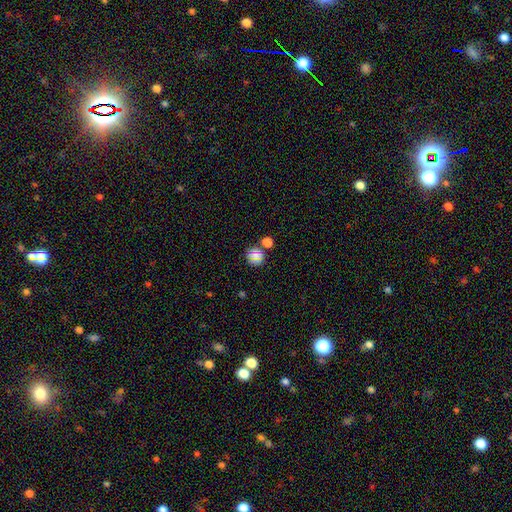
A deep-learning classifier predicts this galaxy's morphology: Smooth or featured? smooth (71%)
How rounded? round (83%)
Merging? none (66%)